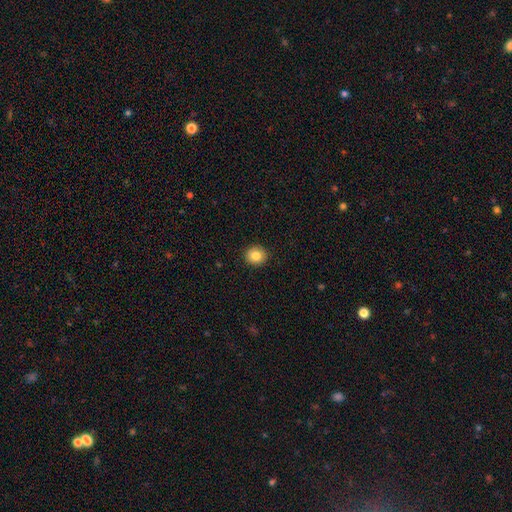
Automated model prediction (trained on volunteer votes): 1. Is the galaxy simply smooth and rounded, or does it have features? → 82% smooth, 10% star or artifact, 8% featured or disk.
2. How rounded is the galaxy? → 87% round, 13% in between, 1% cigar-shaped.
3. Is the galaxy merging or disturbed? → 92% none, 5% minor disturbance, 2% major disturbance, 1% merger.